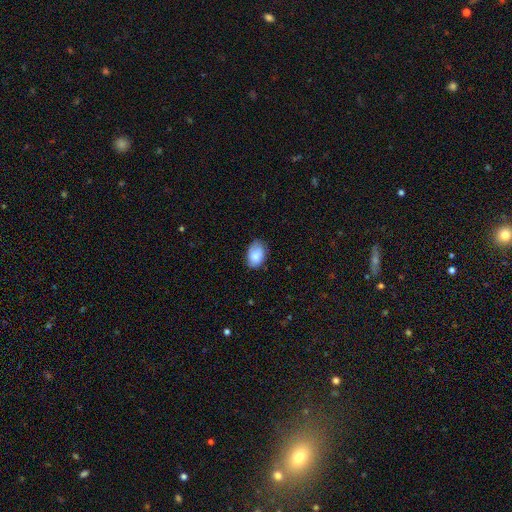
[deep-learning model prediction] This is clearly a smooth galaxy (82%). How rounded: clearly in between (86%). Merging: likely none (76%).